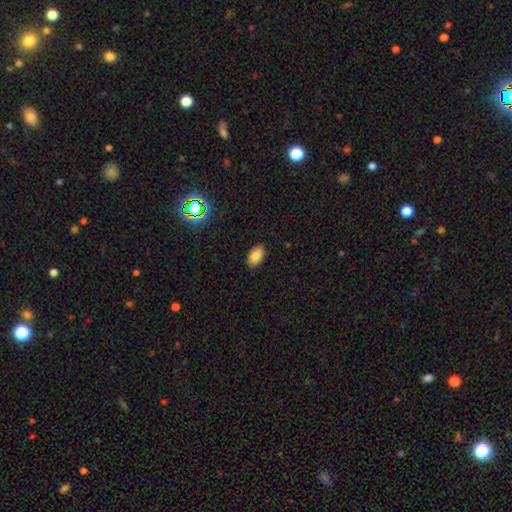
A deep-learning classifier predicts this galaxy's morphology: smooth_or_featured: smooth (p=0.83) [alt: star or artifact p=0.10]
how_rounded: in between (p=0.93) [alt: round p=0.05]
merging: none (p=0.88) [alt: minor disturbance p=0.09]